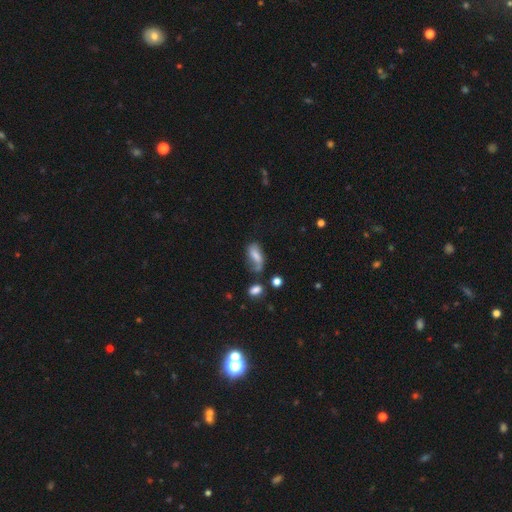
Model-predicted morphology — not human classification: Smooth or featured? Predicted: smooth (p=0.60). How rounded? Predicted: in between (p=0.84). Merging? Predicted: none (p=0.40).